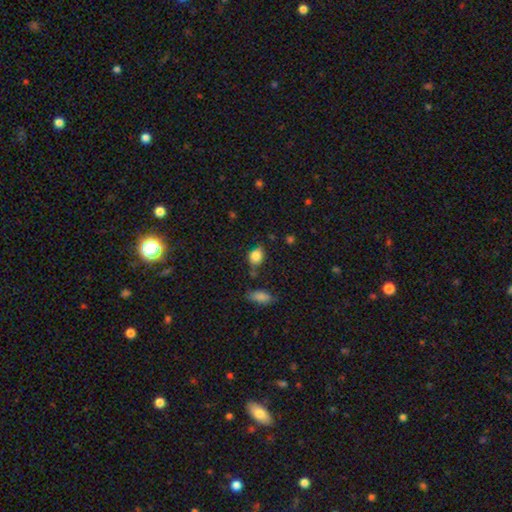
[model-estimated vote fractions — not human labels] Q: Smooth or featured?
A: smooth (85%); runner-up: star or artifact (9%)
Q: How rounded?
A: in between (61%); runner-up: round (37%)
Q: Merging?
A: none (69%); runner-up: minor disturbance (20%)